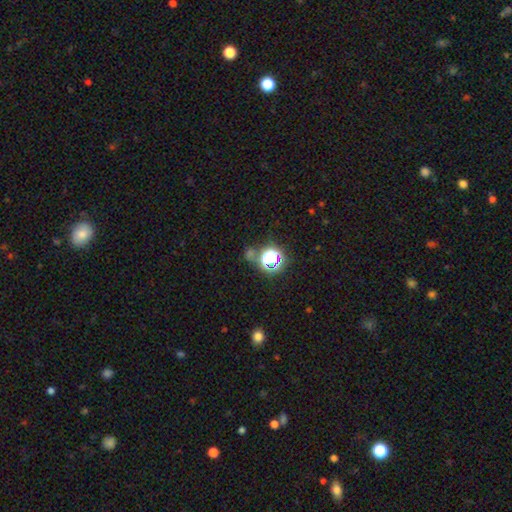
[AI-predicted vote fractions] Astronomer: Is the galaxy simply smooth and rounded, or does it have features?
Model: star or artifact — 67%.